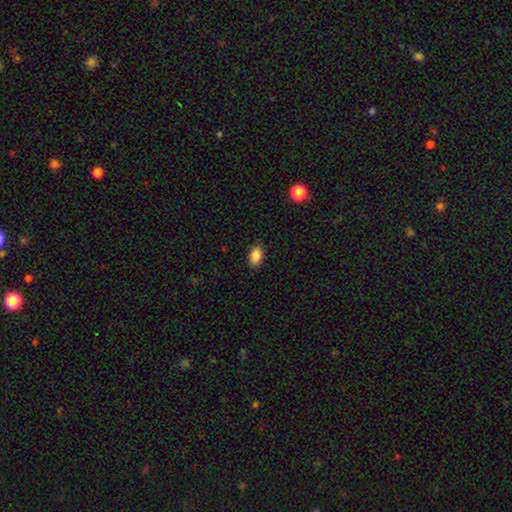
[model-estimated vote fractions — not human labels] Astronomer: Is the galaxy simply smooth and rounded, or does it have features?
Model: smooth — 88%.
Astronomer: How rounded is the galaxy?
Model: in between — 91%.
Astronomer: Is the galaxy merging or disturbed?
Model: none — 88%.